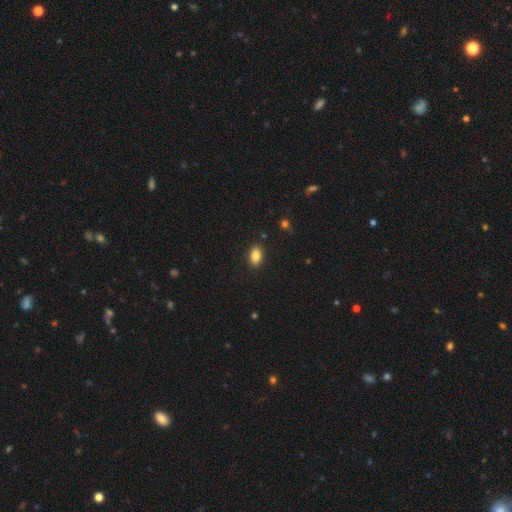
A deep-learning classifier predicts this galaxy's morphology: Smooth or featured? smooth (86%)
How rounded? in between (87%)
Merging? none (88%)